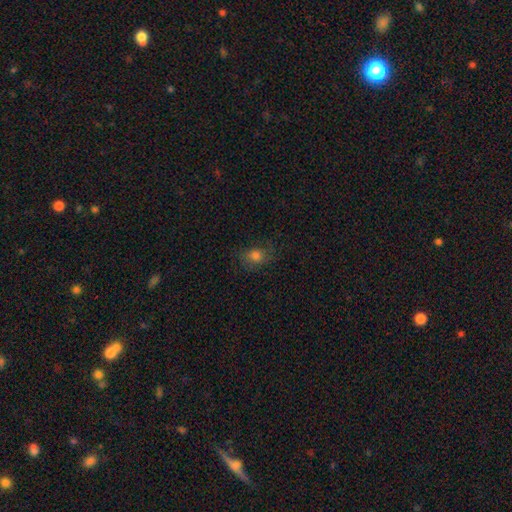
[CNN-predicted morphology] Smooth or featured? Predicted: smooth (p=0.74). How rounded? Predicted: round (p=0.50). Merging? Predicted: none (p=0.72).